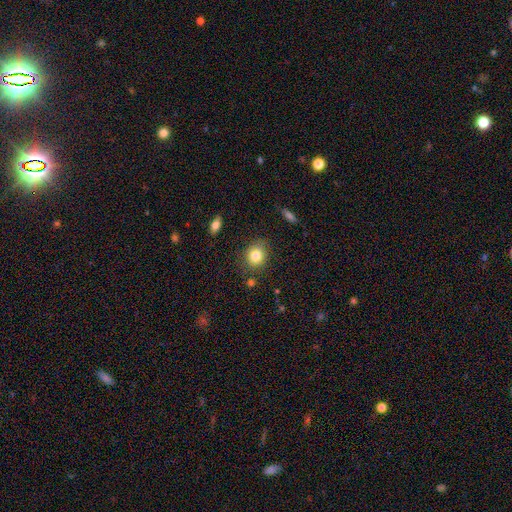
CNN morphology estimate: type=smooth (82%); roundness=round (69%); merging=none (82%).